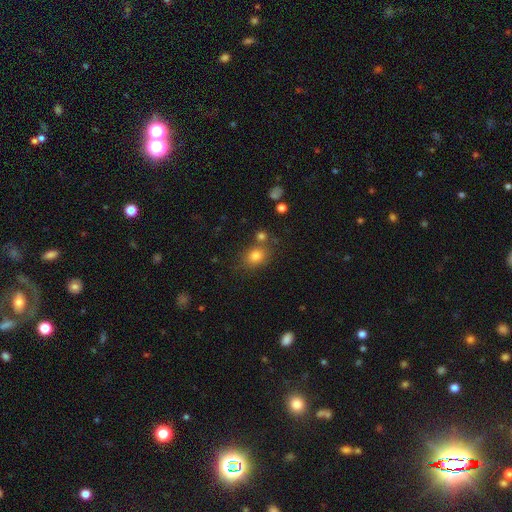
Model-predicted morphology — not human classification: This is clearly a smooth galaxy (80%). How rounded: possibly round (52%). Merging: likely none (68%).